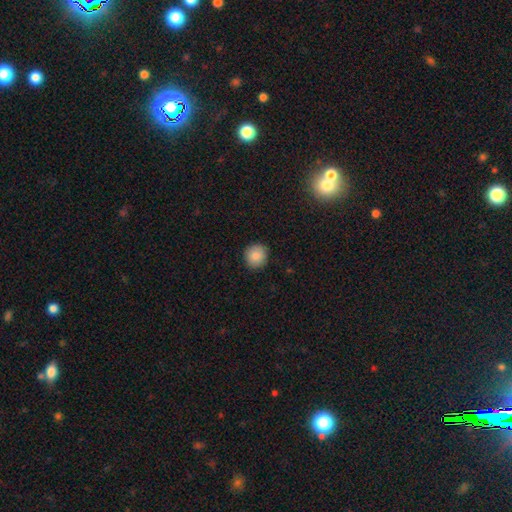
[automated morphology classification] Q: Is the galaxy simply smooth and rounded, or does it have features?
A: smooth — 87%.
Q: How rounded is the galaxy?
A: round — 92%.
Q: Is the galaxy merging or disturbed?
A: none — 91%.